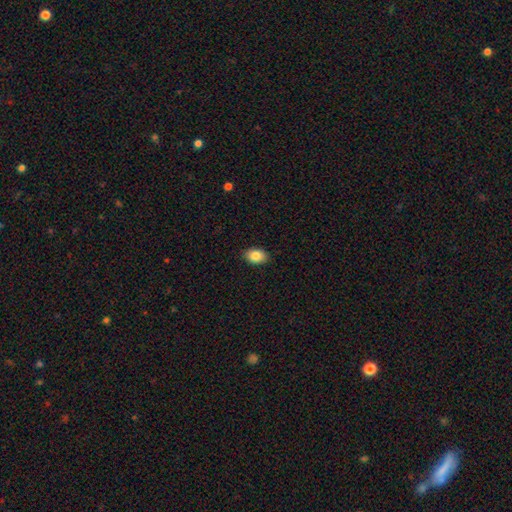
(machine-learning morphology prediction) type=smooth (85%); roundness=in between (85%); merging=none (89%).